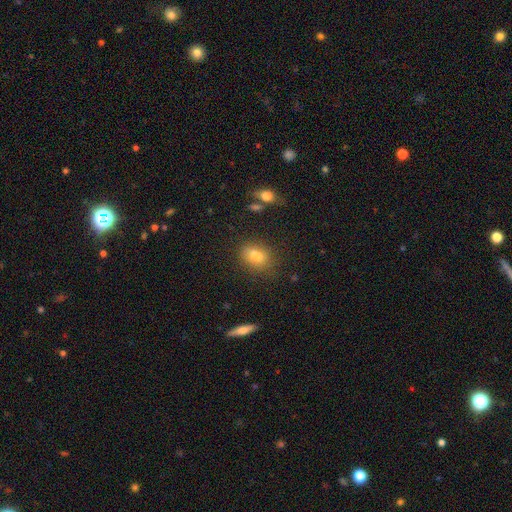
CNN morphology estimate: Overall: smooth (78%). How rounded: in between (66%; round 32%). Merging: none (70%).